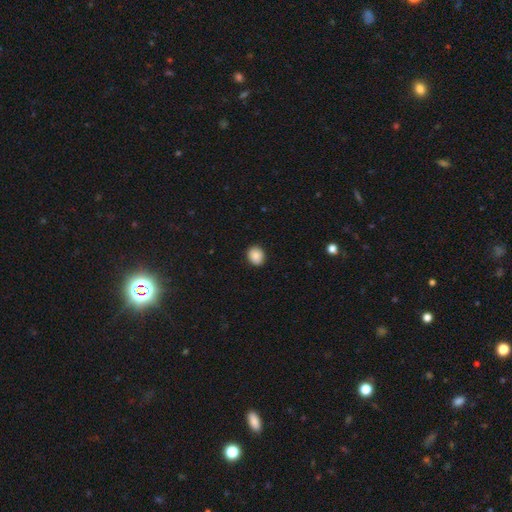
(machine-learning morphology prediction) smooth 88%, star or artifact 8%, featured or disk 4%. Down the decision tree: how rounded — round (65%); merging — none (91%).